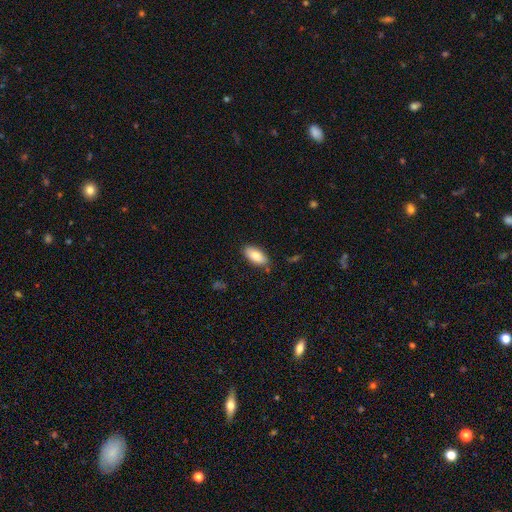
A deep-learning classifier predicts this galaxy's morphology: Smooth or featured: smooth — 81% (featured or disk — 13%)
How rounded: in between — 90% (cigar-shaped — 8%)
Merging: none — 84% (minor disturbance — 12%)